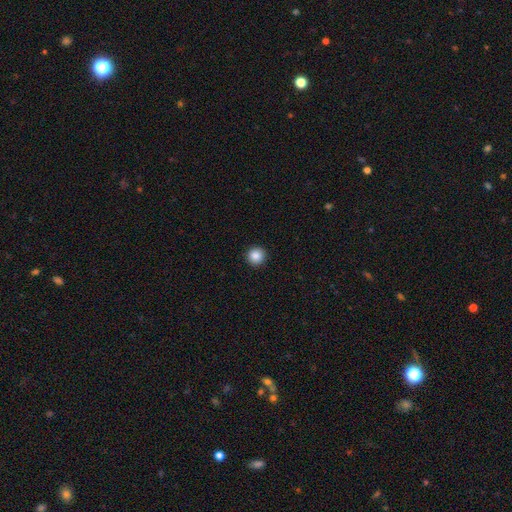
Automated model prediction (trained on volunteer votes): Smooth or featured? smooth (87%)
How rounded? round (96%)
Merging? none (94%)